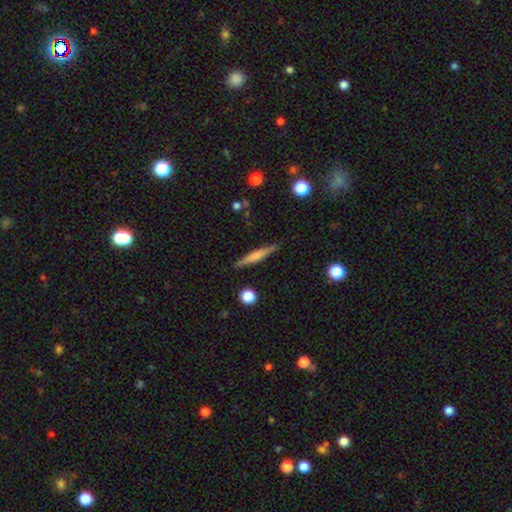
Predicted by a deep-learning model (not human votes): Q: Smooth or featured?
A: smooth (48%); runner-up: featured or disk (45%)
Q: Merging?
A: none (88%); runner-up: minor disturbance (9%)